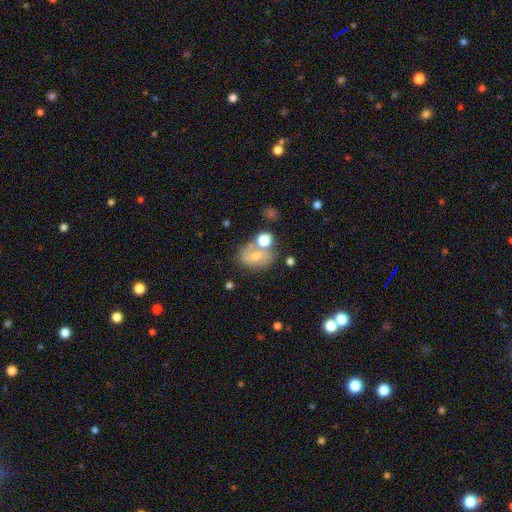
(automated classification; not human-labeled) smooth-or-featured: smooth: 56% | featured or disk: 32% | star or artifact: 12%
  how-rounded: in between: 58% | round: 40% | cigar-shaped: 1%
  merging: none: 48% | merger: 25% | minor disturbance: 19% | major disturbance: 9%